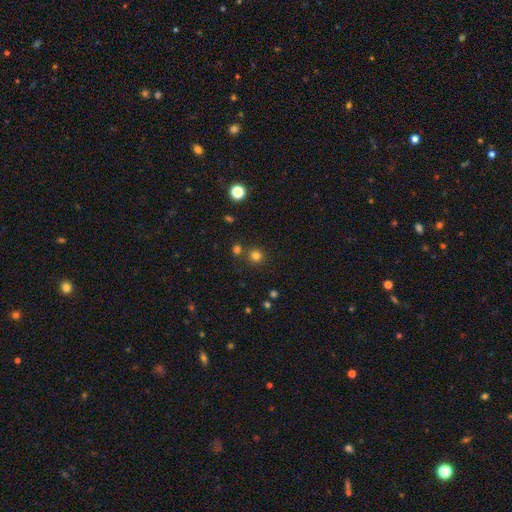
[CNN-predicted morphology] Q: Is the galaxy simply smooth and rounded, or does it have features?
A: smooth — 77%.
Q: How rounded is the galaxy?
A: round — 93%.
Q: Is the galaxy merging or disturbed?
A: none — 80%.